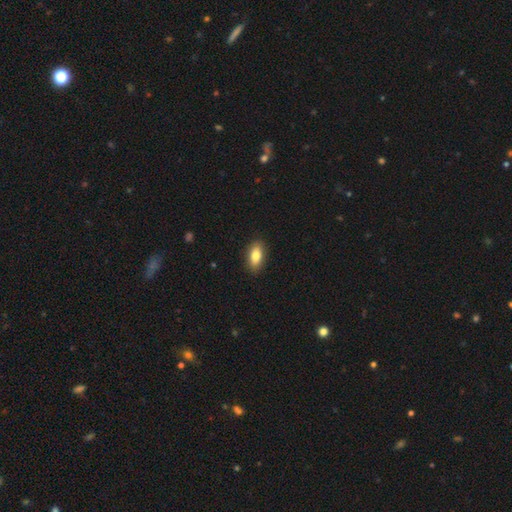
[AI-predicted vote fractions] Overall: smooth (82%). How rounded: in between (89%). Merging: none (89%).